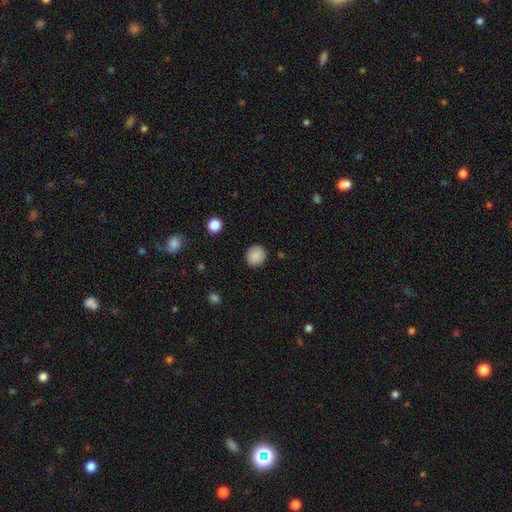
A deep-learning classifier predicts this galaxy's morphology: A smooth galaxy with no disk features (88%) that is round (88%).

Vote fractions:
- Smooth or featured? smooth: 88% / star or artifact: 9% / featured or disk: 3%
- How rounded? round: 88% / in between: 11% / cigar-shaped: 1%
- Merging? none: 89% / minor disturbance: 7% / major disturbance: 2% / merger: 1%